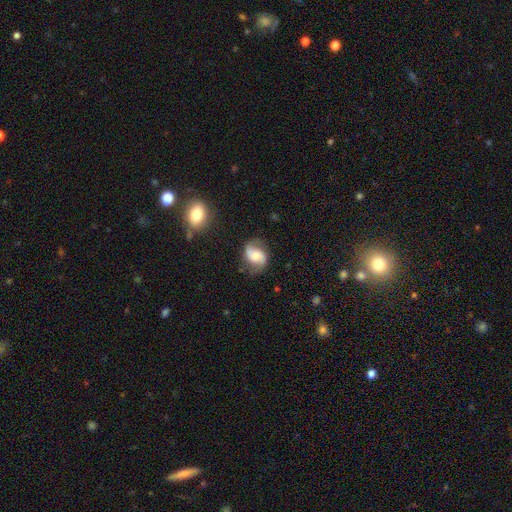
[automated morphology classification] This appears to be a featured or disk galaxy (71%) with no bar (53%), 2 (91%) loose (46%) spiral arms (94%) and a moderate central bulge (48%). Merging: none (74%).